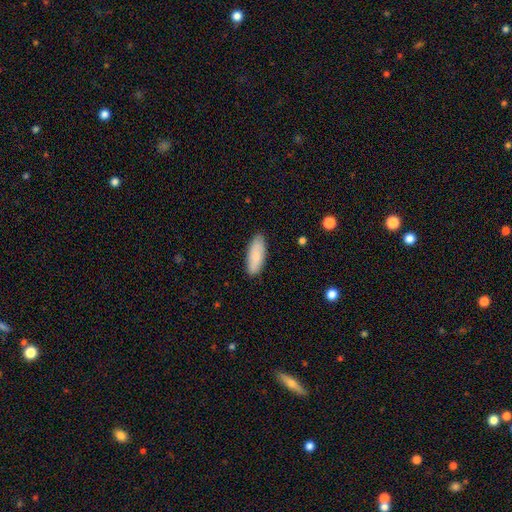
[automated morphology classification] A smooth galaxy with no disk features (84%) that is in between round and cigar-shaped (69%).

Vote fractions:
- Smooth or featured? smooth: 84% / featured or disk: 10% / star or artifact: 6%
- How rounded? in between: 69% / cigar-shaped: 29% / round: 2%
- Merging? none: 87% / minor disturbance: 10% / major disturbance: 2% / merger: 1%